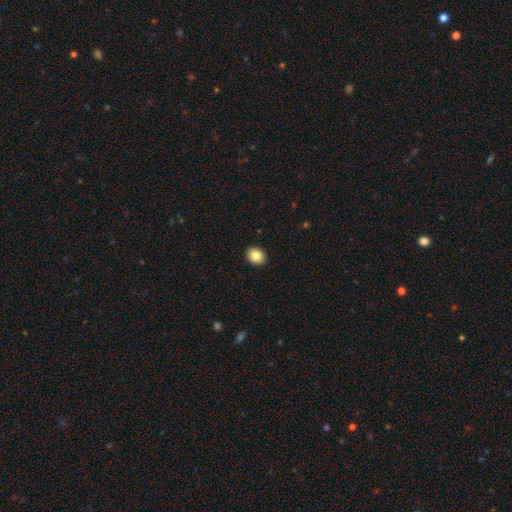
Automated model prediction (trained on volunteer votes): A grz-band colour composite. It shows a smooth galaxy with no disk features (84%) that is in between round and cigar-shaped (53%). Merging: none (92%).